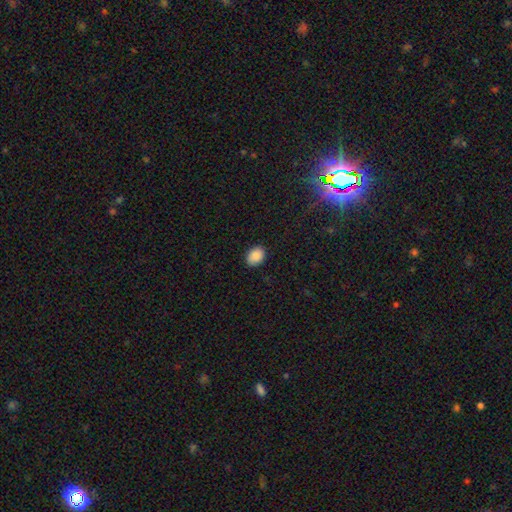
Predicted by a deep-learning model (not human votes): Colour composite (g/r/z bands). It shows a smooth galaxy with no disk features (89%) that is in between round and cigar-shaped (71%). Merging: none (89%).